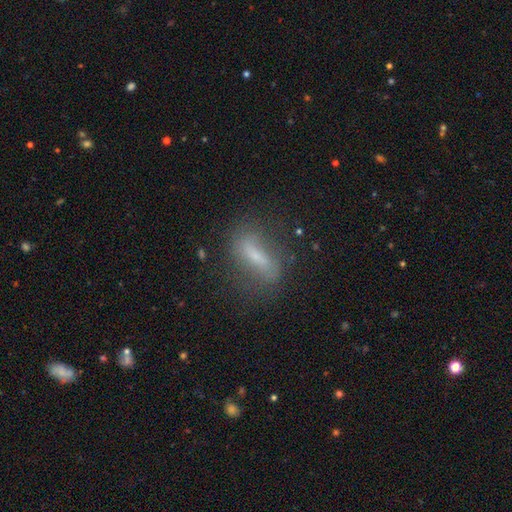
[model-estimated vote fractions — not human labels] This appears to be a featured or disk galaxy (47%). Merging: none (70%).